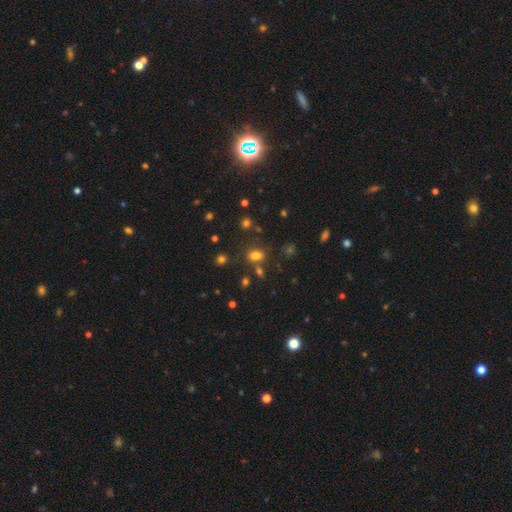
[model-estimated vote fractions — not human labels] Smooth or featured? Predicted: smooth (p=0.75). How rounded? Predicted: in between (p=0.72). Merging? Predicted: none (p=0.70).